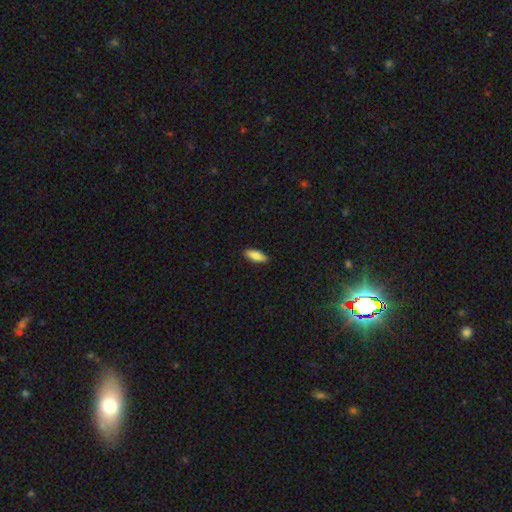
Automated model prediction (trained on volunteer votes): smooth-or-featured: smooth: 84% | featured or disk: 10% | star or artifact: 6%
  how-rounded: in between: 74% | cigar-shaped: 25% | round: 2%
  merging: none: 90% | minor disturbance: 8% | major disturbance: 2% | merger: 1%